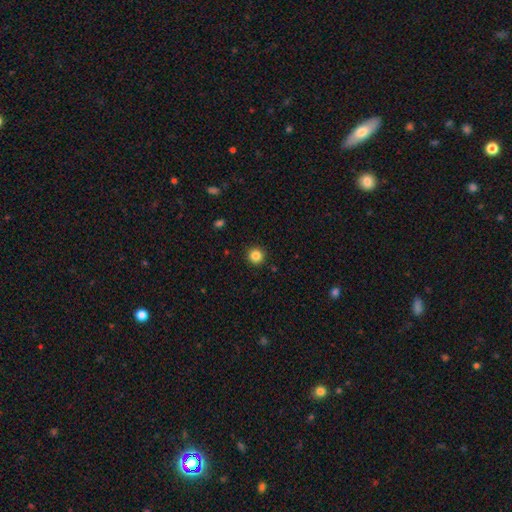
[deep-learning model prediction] Morphology: type=smooth (85%); roundness=round (95%); merging=none (92%).